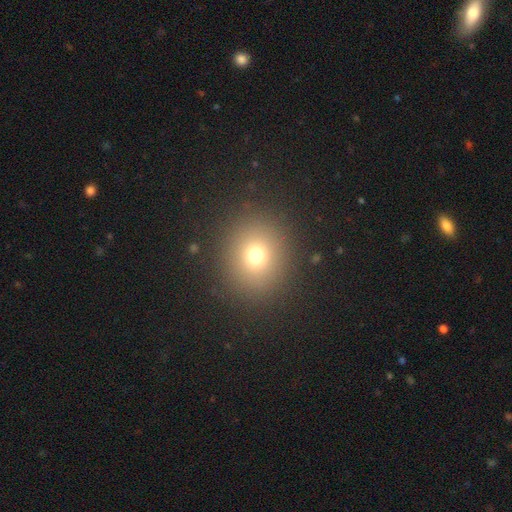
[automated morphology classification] Smooth or featured? Predicted: smooth (p=0.73). How rounded? Predicted: round (p=0.83). Merging? Predicted: none (p=0.89).